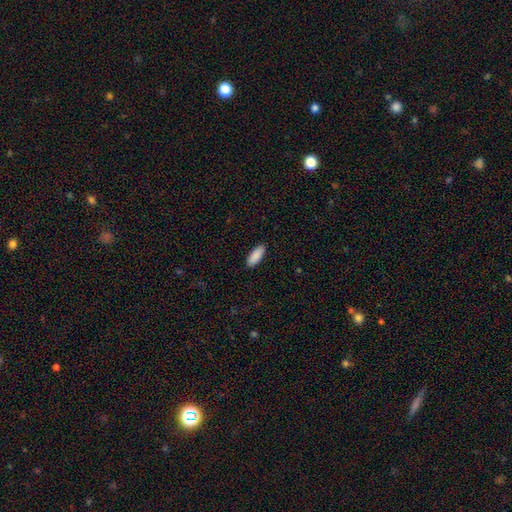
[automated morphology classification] Overall: smooth (91%). How rounded: in between (78%). Merging: none (90%).